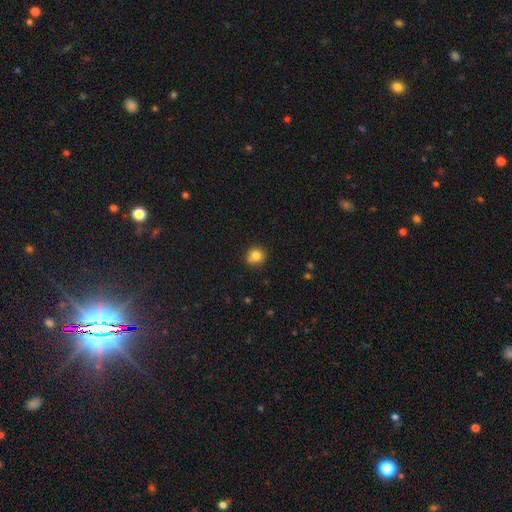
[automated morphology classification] smooth_or_featured: smooth (p=0.83) [alt: star or artifact p=0.11]
how_rounded: round (p=0.89) [alt: in between p=0.10]
merging: none (p=0.87) [alt: minor disturbance p=0.09]